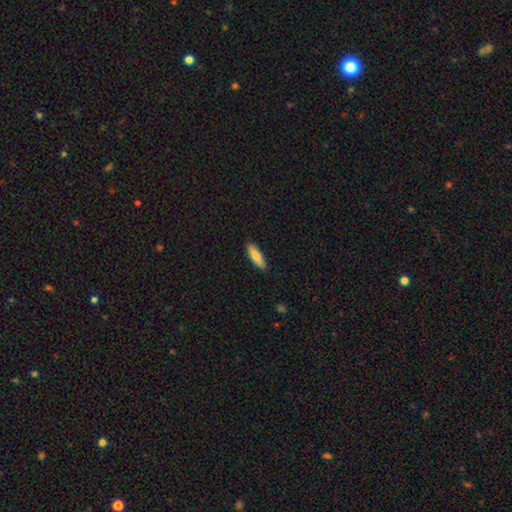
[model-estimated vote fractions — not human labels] Smooth or featured?
  - smooth: 79% *
  - featured or disk: 16%
  - star or artifact: 6%
How rounded?
  - cigar-shaped: 54% *
  - in between: 44%
  - round: 2%
Merging?
  - none: 88% *
  - minor disturbance: 10%
  - major disturbance: 2%
  - merger: 1%